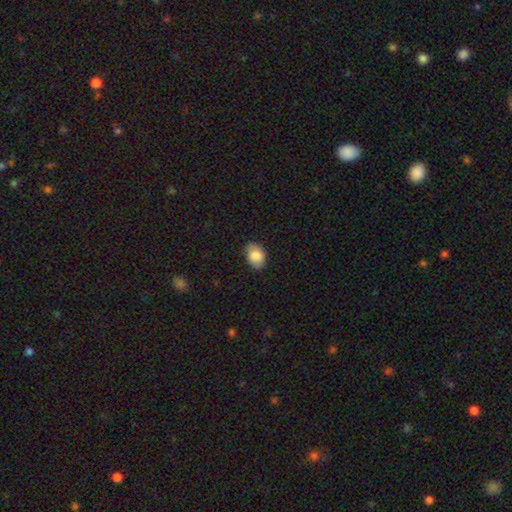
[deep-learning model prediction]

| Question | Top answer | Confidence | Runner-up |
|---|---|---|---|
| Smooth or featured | smooth | 85% | featured or disk (8%) |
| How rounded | in between | 83% | round (16%) |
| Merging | none | 81% | minor disturbance (15%) |